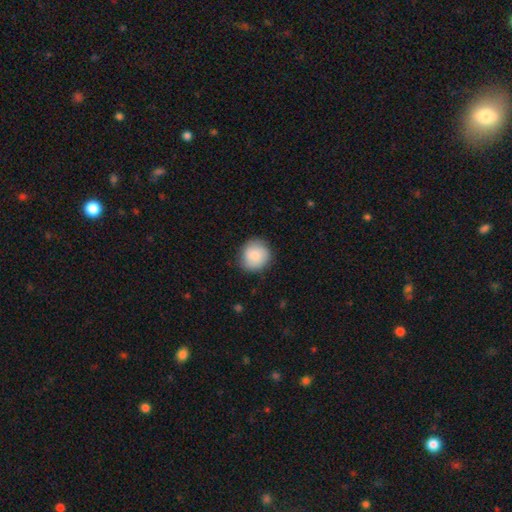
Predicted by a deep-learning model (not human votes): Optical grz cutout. It shows a smooth galaxy with no disk features (84%) that is round (88%). Merging: none (84%).